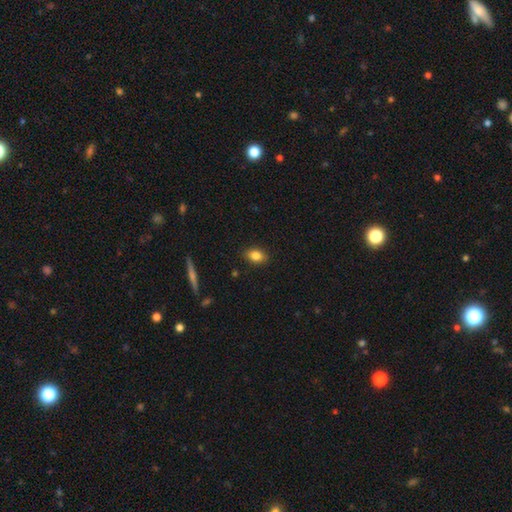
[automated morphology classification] Smooth or featured: smooth — 82% (featured or disk — 9%)
How rounded: in between — 80% (round — 16%)
Merging: none — 86% (minor disturbance — 10%)